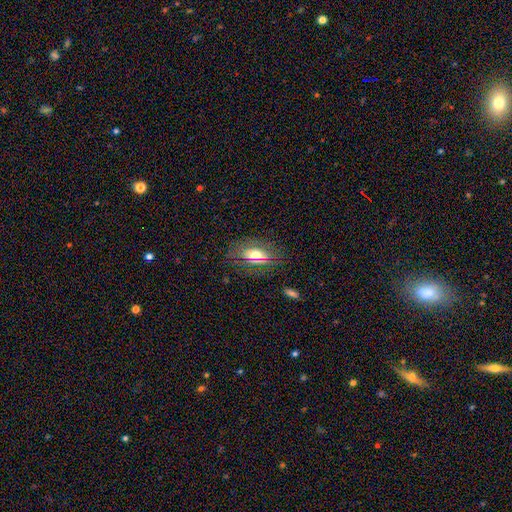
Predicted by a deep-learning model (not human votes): smooth 57%, featured or disk 27%, star or artifact 16%. Down the decision tree: how rounded — in between (80%); merging — none (80%).